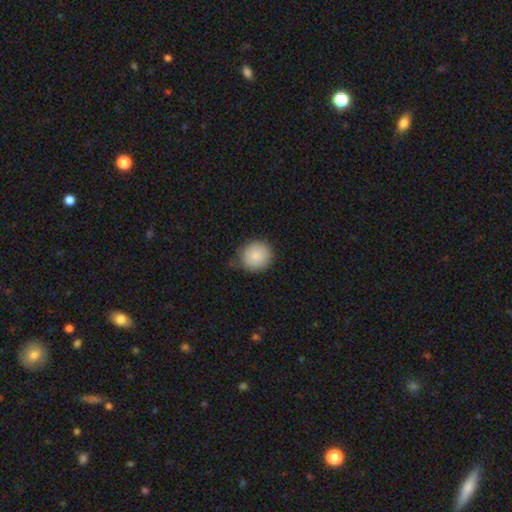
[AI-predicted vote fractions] This is clearly a smooth galaxy (86%). How rounded: clearly round (92%). Merging: likely none (78%).